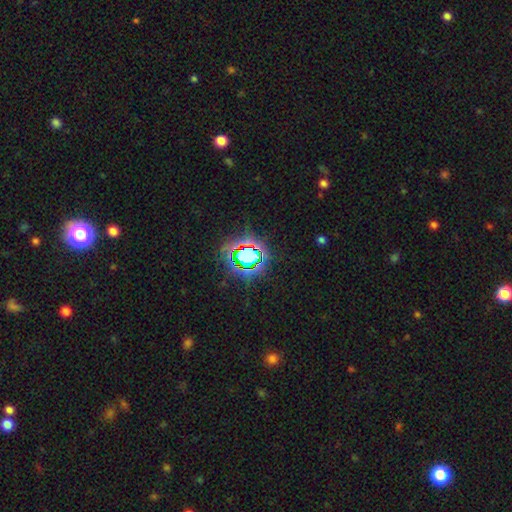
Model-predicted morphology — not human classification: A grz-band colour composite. It shows a star or artifact, not a galaxy (78%).